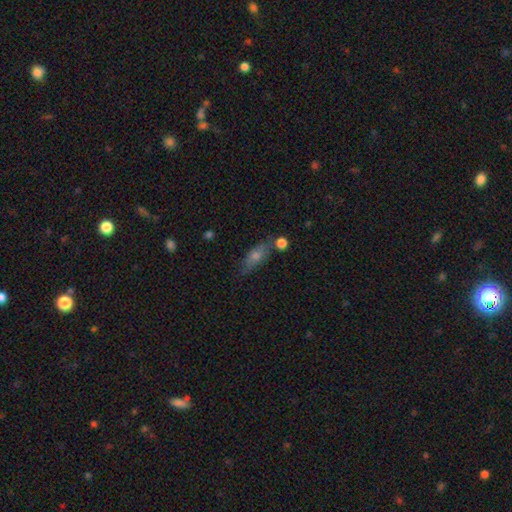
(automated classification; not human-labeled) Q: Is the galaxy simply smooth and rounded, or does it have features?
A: smooth — 53%.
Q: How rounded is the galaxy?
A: in between — 53%.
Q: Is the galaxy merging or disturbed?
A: none — 71%.